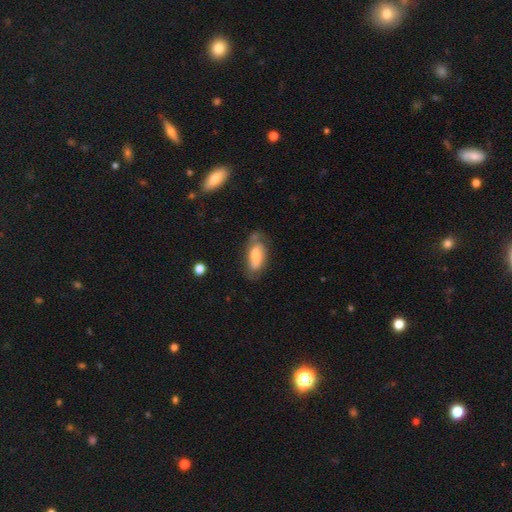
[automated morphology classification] Smooth or featured?
  - smooth: 52% *
  - featured or disk: 41%
  - star or artifact: 7%
How rounded?
  - in between: 82% *
  - cigar-shaped: 15%
  - round: 3%
Merging?
  - none: 59% *
  - minor disturbance: 27%
  - major disturbance: 11%
  - merger: 3%